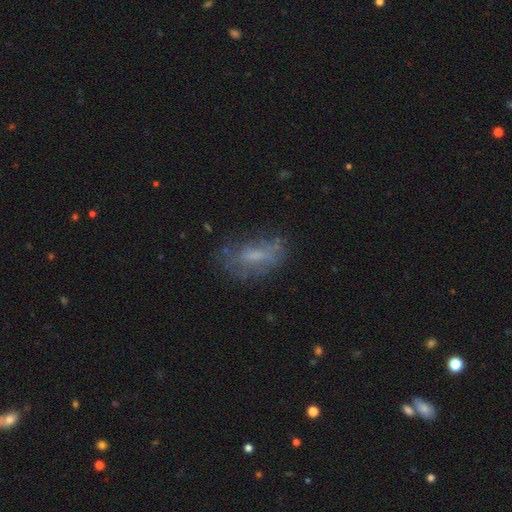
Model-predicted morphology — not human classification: Smooth or featured? smooth (45%)
Merging? none (56%)